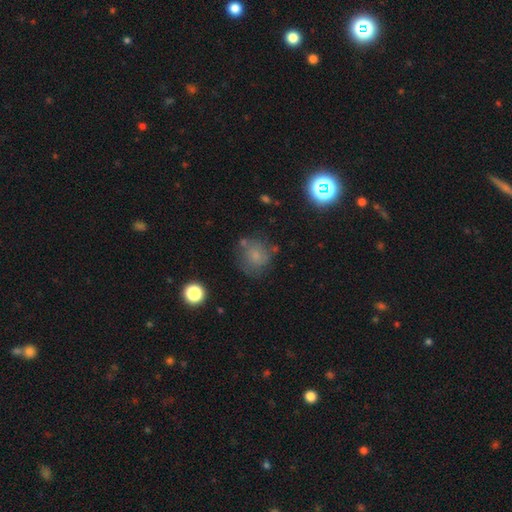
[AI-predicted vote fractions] A smooth galaxy with no disk features (66%) that is round (83%).

Vote fractions:
- Smooth or featured? smooth: 66% / featured or disk: 19% / star or artifact: 15%
- How rounded? round: 83% / in between: 16% / cigar-shaped: 1%
- Merging? none: 58% / minor disturbance: 23% / major disturbance: 12% / merger: 7%